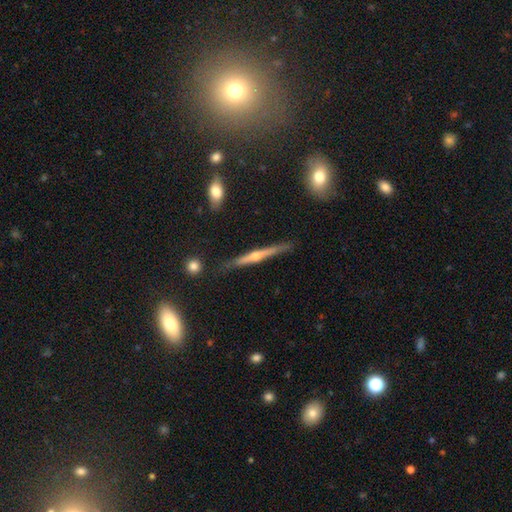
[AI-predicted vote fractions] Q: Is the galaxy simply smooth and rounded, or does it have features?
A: featured or disk — 76%.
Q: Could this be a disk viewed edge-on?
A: yes — 97%.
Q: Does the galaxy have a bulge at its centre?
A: rounded — 85%.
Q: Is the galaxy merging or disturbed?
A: none — 86%.